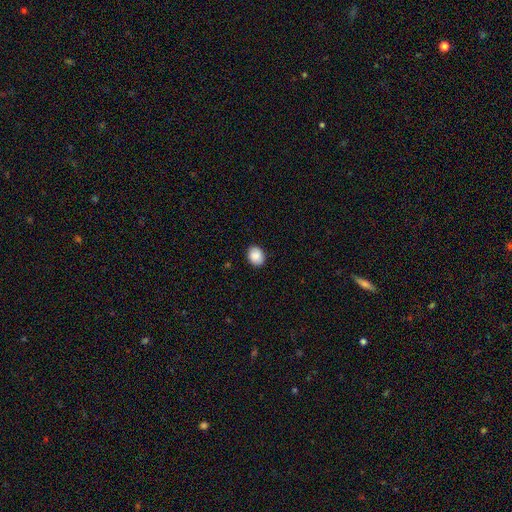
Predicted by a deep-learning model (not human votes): Smooth or featured? smooth (88%)
How rounded? in between (51%)
Merging? none (88%)